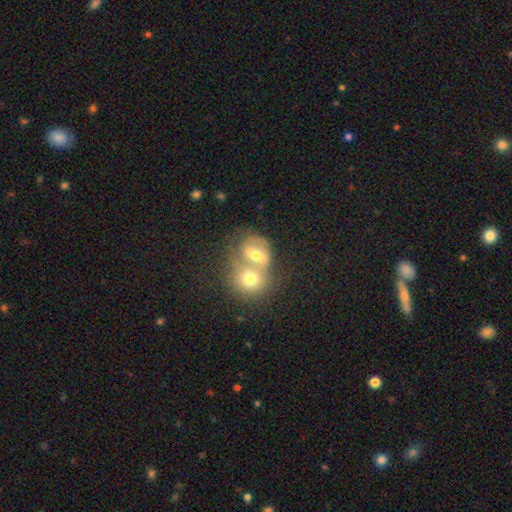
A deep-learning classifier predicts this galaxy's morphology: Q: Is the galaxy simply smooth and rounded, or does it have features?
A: smooth — 51%.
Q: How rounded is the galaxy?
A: round — 59%.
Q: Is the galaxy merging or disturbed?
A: merger — 69%.